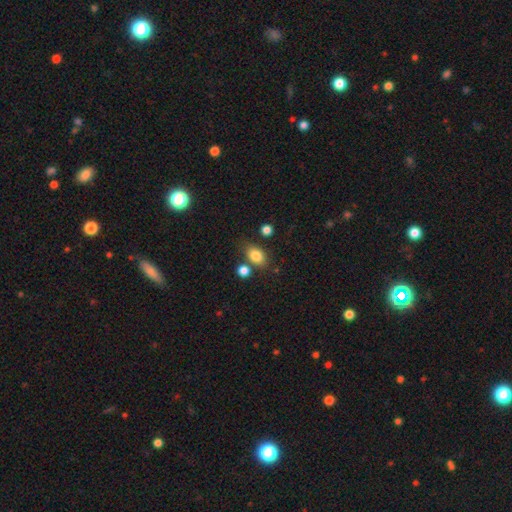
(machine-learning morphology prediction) A smooth galaxy with no disk features (83%) that is in between round and cigar-shaped (75%).

Vote fractions:
- Smooth or featured? smooth: 83% / star or artifact: 10% / featured or disk: 7%
- How rounded? in between: 75% / round: 24% / cigar-shaped: 2%
- Merging? none: 71% / minor disturbance: 13% / merger: 12% / major disturbance: 4%